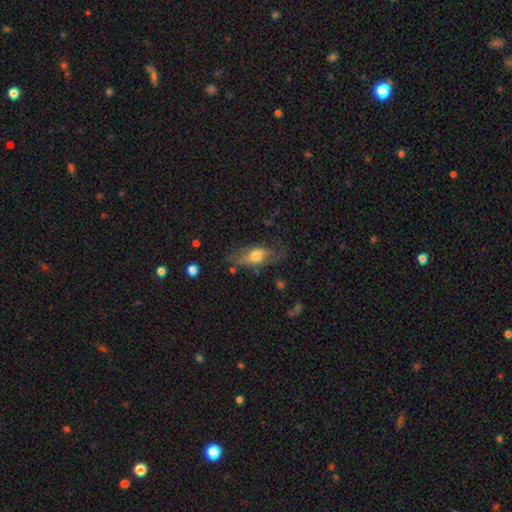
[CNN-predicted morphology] Smooth or featured? smooth (52%)
How rounded? in between (78%)
Merging? none (53%)